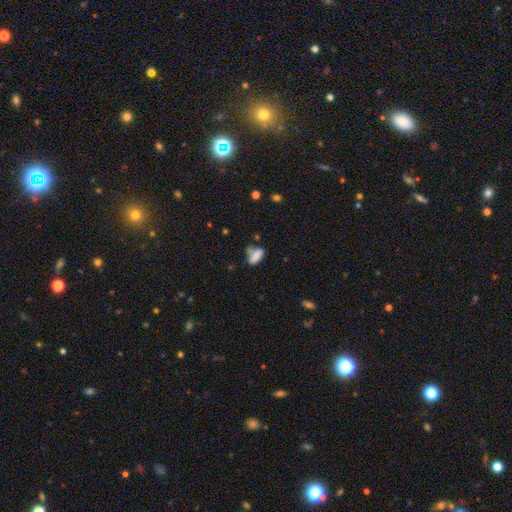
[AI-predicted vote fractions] Smooth or featured? Predicted: smooth (p=0.79). How rounded? Predicted: in between (p=0.85). Merging? Predicted: none (p=0.44).